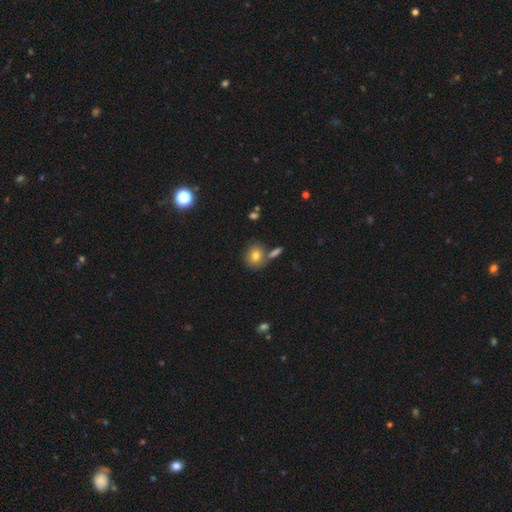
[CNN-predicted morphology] Smooth or featured: smooth — 78% (featured or disk — 11%)
How rounded: round — 74% (in between — 25%)
Merging: none — 67% (merger — 18%)